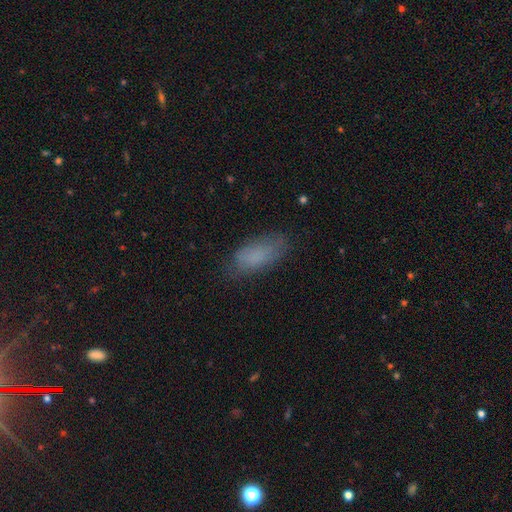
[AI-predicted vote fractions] This appears to be a smooth galaxy with no disk features (80%) that is in between round and cigar-shaped (86%). Merging: none (74%).